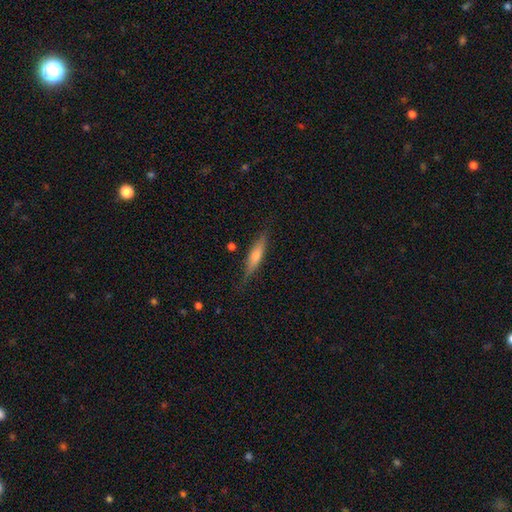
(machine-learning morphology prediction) Smooth or featured: smooth — 50% (featured or disk — 44%)
Merging: none — 82% (minor disturbance — 14%)